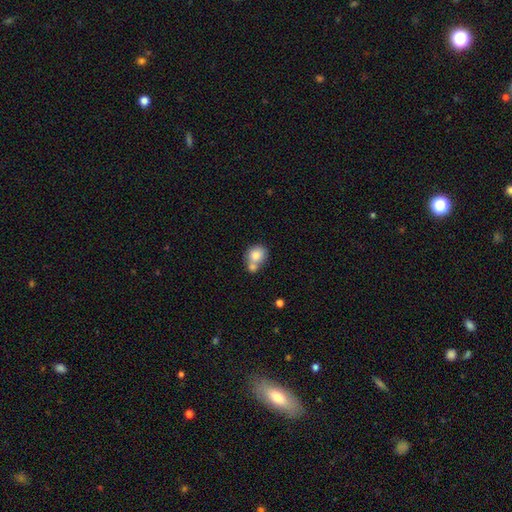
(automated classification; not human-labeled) Smooth or featured? smooth (80%)
How rounded? round (66%)
Merging? merger (49%)